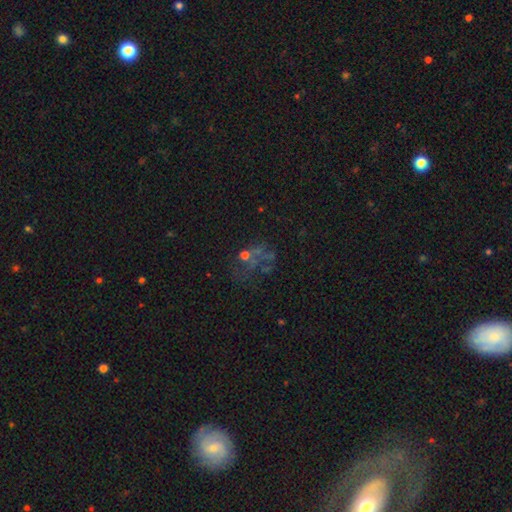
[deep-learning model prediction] smooth_or_featured: featured or disk (p=0.42) [alt: star or artifact p=0.35]
merging: none (p=0.43) [alt: major disturbance p=0.31]